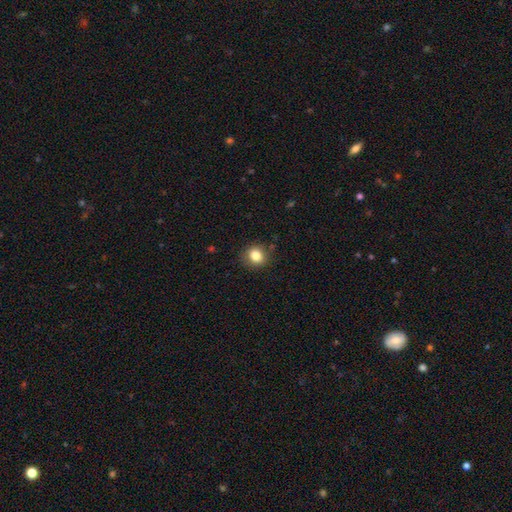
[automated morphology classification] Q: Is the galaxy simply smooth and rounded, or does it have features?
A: smooth — 83%.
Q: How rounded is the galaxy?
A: round — 80%.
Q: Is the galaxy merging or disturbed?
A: none — 86%.